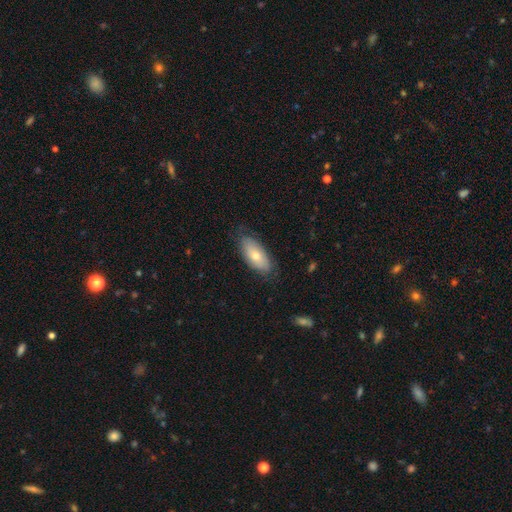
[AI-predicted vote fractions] A smooth galaxy with no disk features (70%) that is in between round and cigar-shaped (88%). Merging: none (76%).